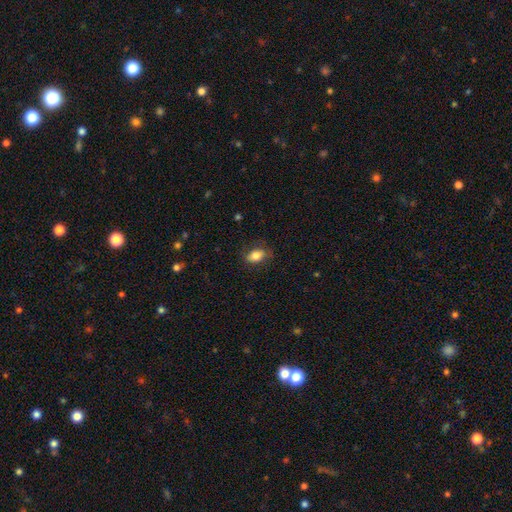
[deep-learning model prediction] A smooth galaxy with no disk features (79%) that is in between round and cigar-shaped (87%). Merging: none (74%).